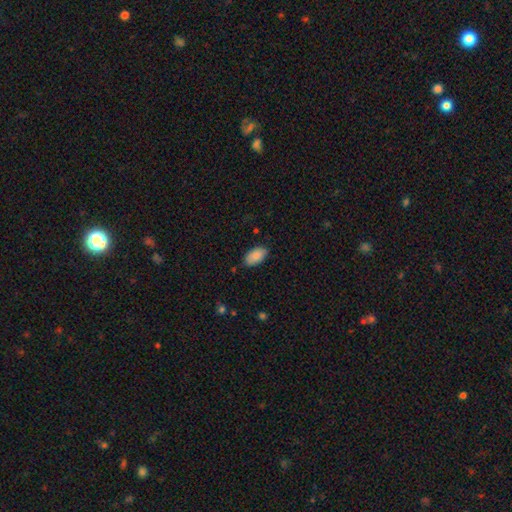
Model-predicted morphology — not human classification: Smooth or featured? Predicted: smooth (p=0.88). How rounded? Predicted: in between (p=0.95). Merging? Predicted: none (p=0.83).